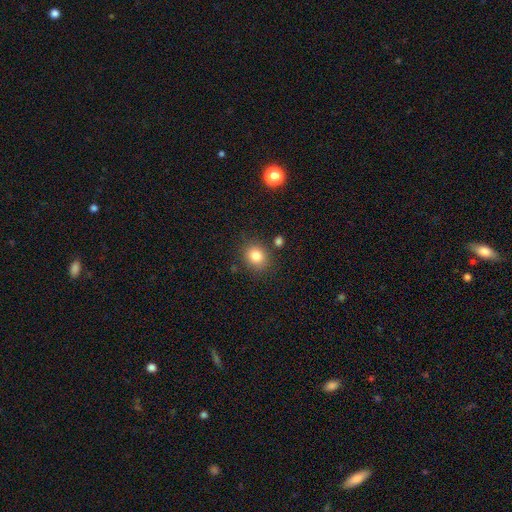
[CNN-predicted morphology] Smooth or featured? smooth (83%)
How rounded? round (65%)
Merging? none (80%)